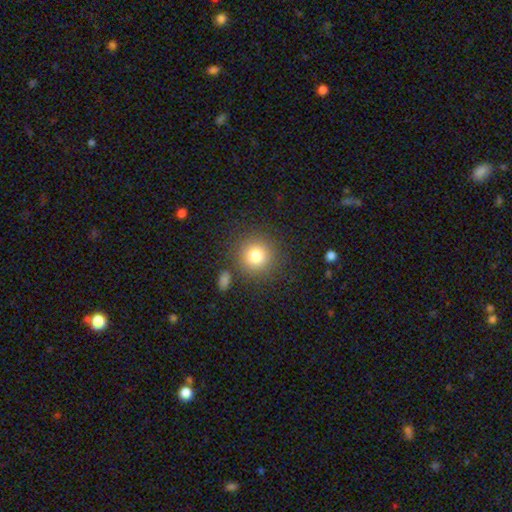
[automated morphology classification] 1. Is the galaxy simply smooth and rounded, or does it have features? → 80% smooth, 12% star or artifact, 8% featured or disk.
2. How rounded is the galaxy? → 93% round, 6% in between, 1% cigar-shaped.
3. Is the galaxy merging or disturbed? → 85% none, 8% minor disturbance, 4% merger, 4% major disturbance.